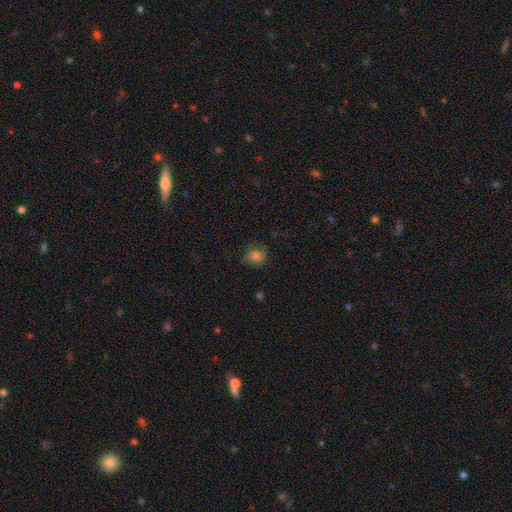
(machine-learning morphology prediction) Q: Smooth or featured?
A: smooth (80%); runner-up: star or artifact (12%)
Q: How rounded?
A: round (76%); runner-up: in between (23%)
Q: Merging?
A: none (72%); runner-up: minor disturbance (21%)